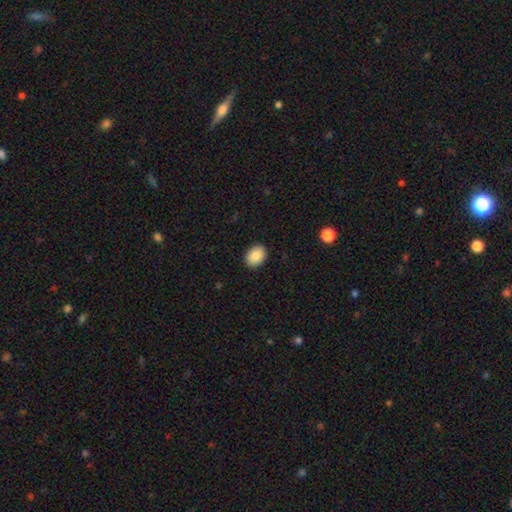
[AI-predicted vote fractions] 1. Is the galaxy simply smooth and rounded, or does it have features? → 88% smooth, 8% star or artifact, 5% featured or disk.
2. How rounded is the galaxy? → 69% in between, 30% round, 1% cigar-shaped.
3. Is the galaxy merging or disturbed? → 90% none, 7% minor disturbance, 2% major disturbance, 1% merger.